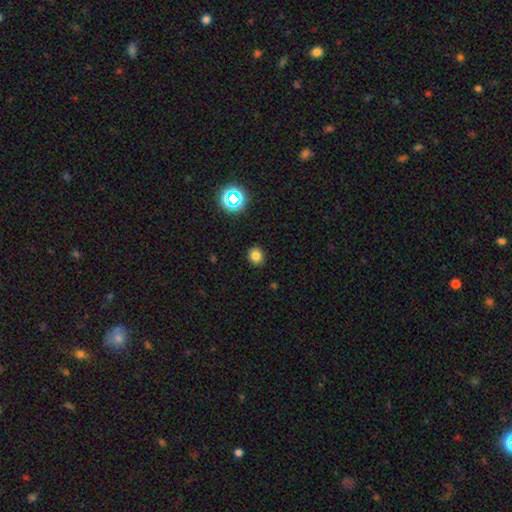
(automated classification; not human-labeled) Smooth or featured? Predicted: smooth (p=0.78). How rounded? Predicted: round (p=0.81). Merging? Predicted: none (p=0.90).